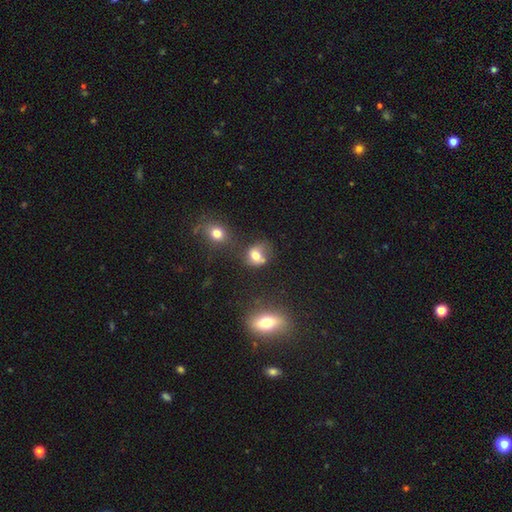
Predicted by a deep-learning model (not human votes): Smooth or featured?
  - smooth: 69% *
  - featured or disk: 17%
  - star or artifact: 14%
How rounded?
  - round: 55% *
  - in between: 44%
  - cigar-shaped: 1%
Merging?
  - none: 38% *
  - merger: 25%
  - minor disturbance: 22%
  - major disturbance: 15%